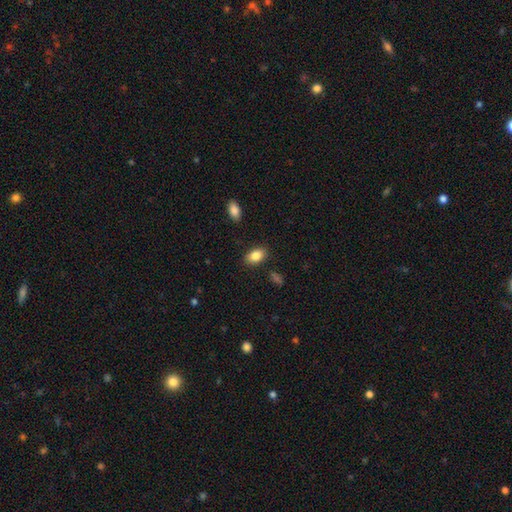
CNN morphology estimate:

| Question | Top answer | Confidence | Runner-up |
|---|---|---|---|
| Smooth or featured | smooth | 85% | star or artifact (8%) |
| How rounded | in between | 90% | round (8%) |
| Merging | none | 87% | minor disturbance (9%) |